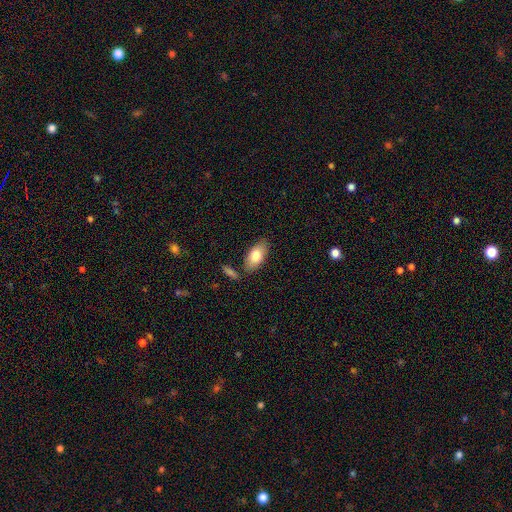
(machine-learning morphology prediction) This appears to be a smooth galaxy with no disk features (78%) that is in between round and cigar-shaped (91%). Merging: none (80%).